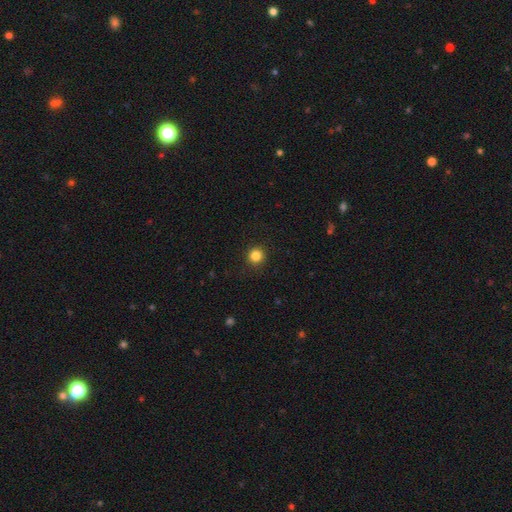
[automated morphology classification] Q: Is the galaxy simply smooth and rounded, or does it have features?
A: smooth — 84%.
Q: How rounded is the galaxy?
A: round — 94%.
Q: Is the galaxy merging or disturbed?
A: none — 92%.